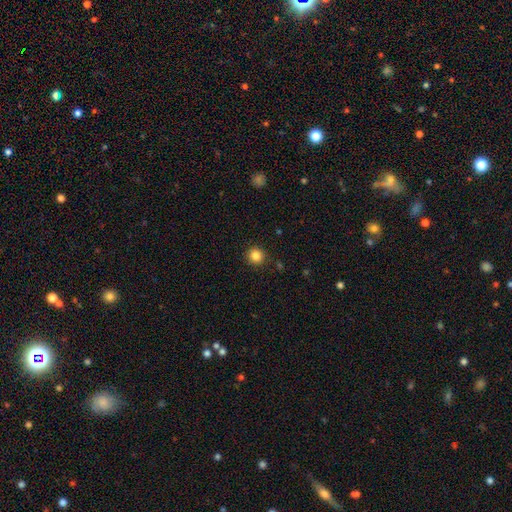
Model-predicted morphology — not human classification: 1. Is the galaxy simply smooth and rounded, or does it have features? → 85% smooth, 11% star or artifact, 4% featured or disk.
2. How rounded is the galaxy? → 94% round, 5% in between, 1% cigar-shaped.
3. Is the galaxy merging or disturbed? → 91% none, 6% minor disturbance, 2% major disturbance, 1% merger.